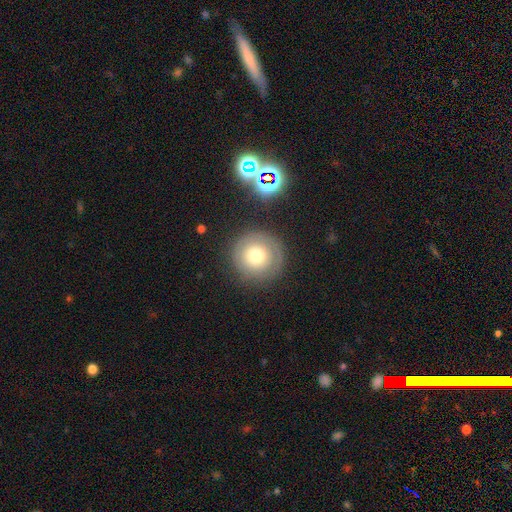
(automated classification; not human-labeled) Smooth or featured?
  - smooth: 63% *
  - featured or disk: 26%
  - star or artifact: 11%
How rounded?
  - round: 95% *
  - in between: 4%
  - cigar-shaped: 1%
Merging?
  - none: 82% *
  - minor disturbance: 10%
  - major disturbance: 5%
  - merger: 3%